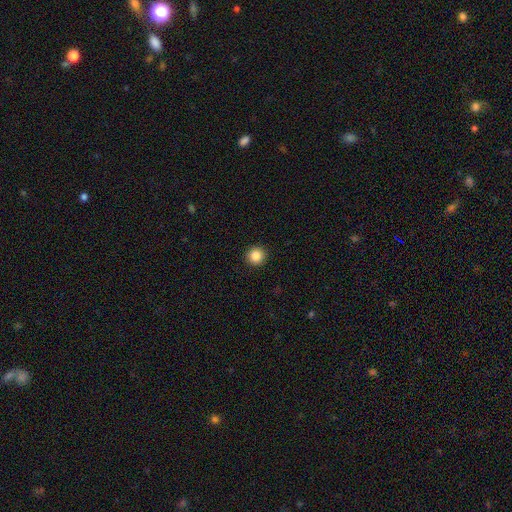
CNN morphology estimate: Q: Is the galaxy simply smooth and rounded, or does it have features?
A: smooth — 85%.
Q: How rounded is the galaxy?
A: round — 95%.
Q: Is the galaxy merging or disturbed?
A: none — 93%.